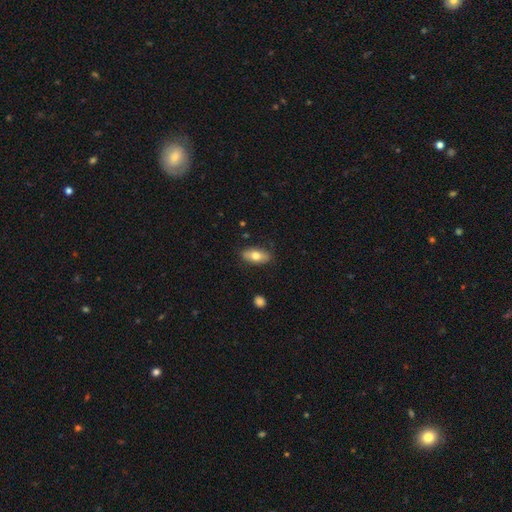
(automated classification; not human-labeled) smooth_or_featured: smooth (p=0.73) [alt: featured or disk p=0.20]
how_rounded: in between (p=0.86) [alt: cigar-shaped p=0.10]
merging: none (p=0.86) [alt: minor disturbance p=0.11]